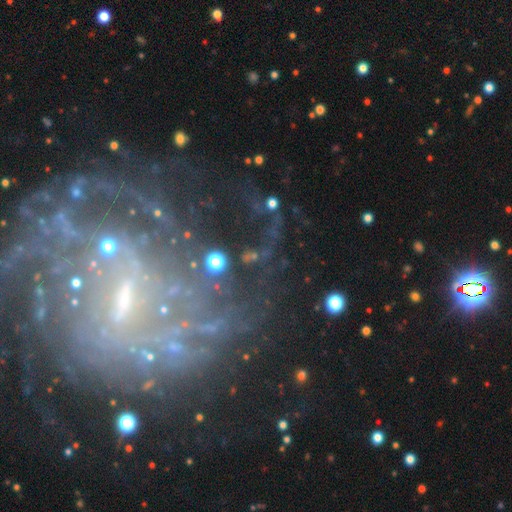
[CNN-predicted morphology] A featured or disk galaxy (49%).

Vote fractions:
- Smooth or featured? featured or disk: 49% / star or artifact: 31% / smooth: 20%
- Merging? none: 59% / major disturbance: 19% / minor disturbance: 15% / merger: 7%